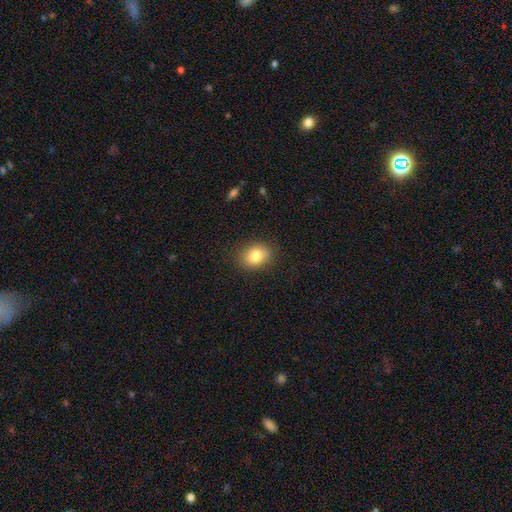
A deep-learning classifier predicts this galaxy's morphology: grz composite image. It shows a smooth galaxy with no disk features (81%) that is in between round and cigar-shaped (57%). Merging: none (85%).